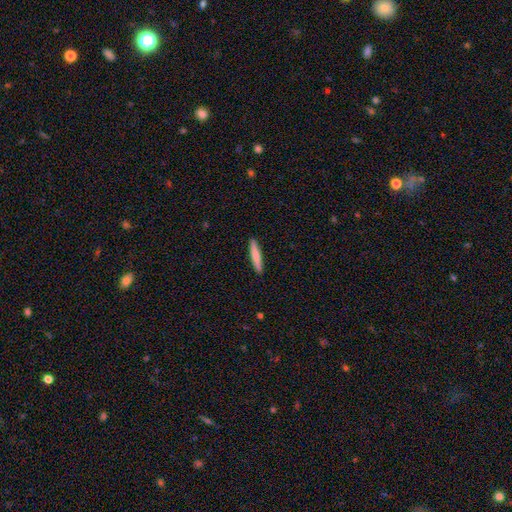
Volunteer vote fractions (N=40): smooth_or_featured: smooth (p=0.75) [alt: featured or disk p=0.20]
how_rounded: cigar-shaped (p=0.97) [alt: in between p=0.03]
merging: none (p=0.95) [alt: minor disturbance p=0.05]